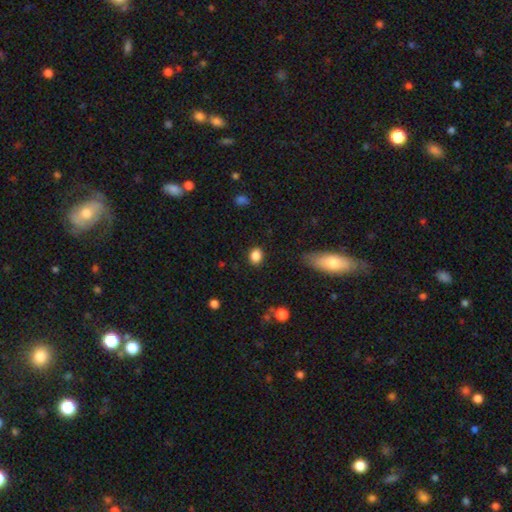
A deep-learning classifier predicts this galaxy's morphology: The model was most divided on "how rounded": in between: 50%, round: 48%, cigar-shaped: 1%. More confident: smooth or featured — smooth (87%); merging — none (87%).